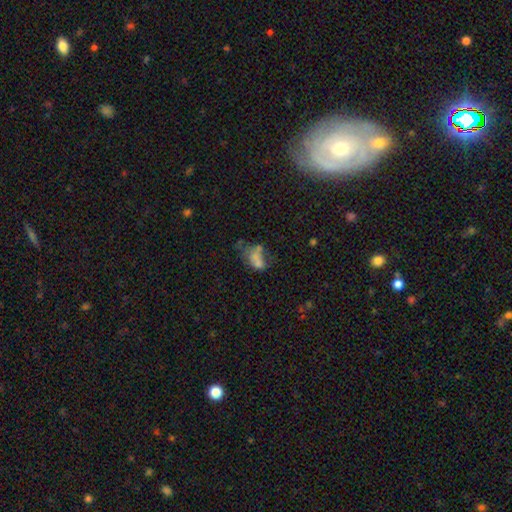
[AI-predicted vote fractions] smooth_or_featured: smooth (p=0.54) [alt: featured or disk p=0.31]
how_rounded: in between (p=0.79) [alt: round p=0.19]
merging: merger (p=0.34) [alt: major disturbance p=0.27]